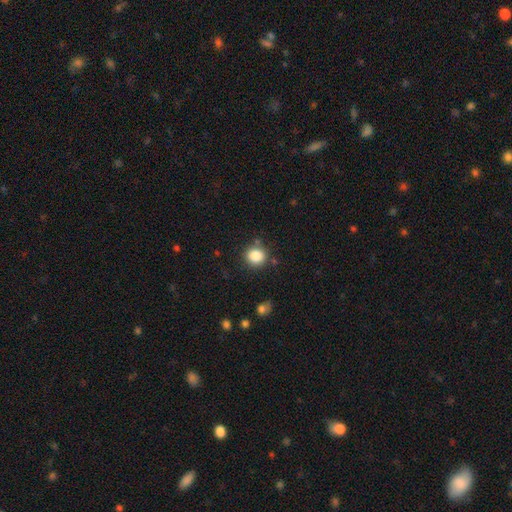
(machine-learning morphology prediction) type=smooth (85%); roundness=round (83%); merging=none (82%).